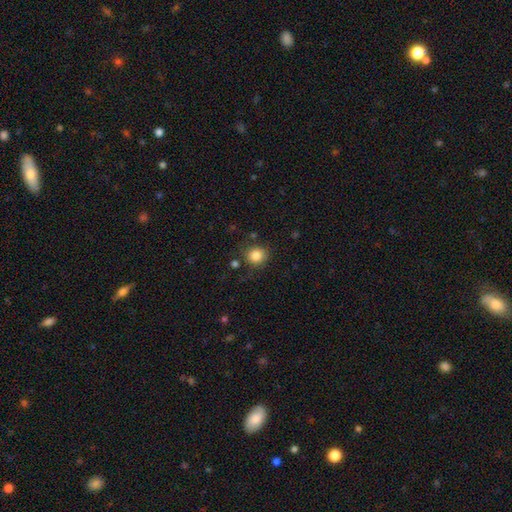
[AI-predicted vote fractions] Smooth or featured: smooth — 85% (star or artifact — 10%)
How rounded: round — 85% (in between — 14%)
Merging: none — 81% (minor disturbance — 12%)